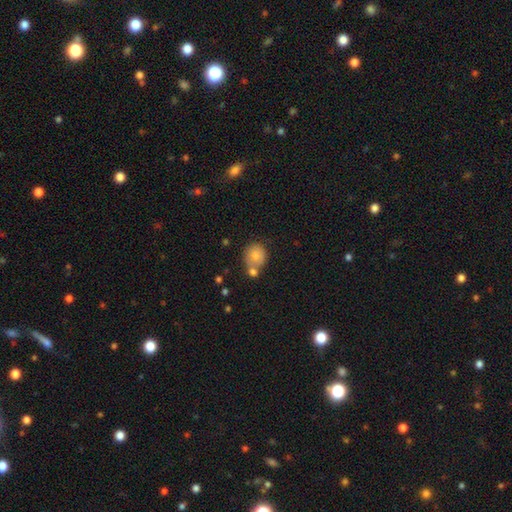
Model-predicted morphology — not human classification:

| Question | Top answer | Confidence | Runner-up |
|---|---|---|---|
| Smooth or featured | smooth | 78% | featured or disk (13%) |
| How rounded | round | 81% | in between (18%) |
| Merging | none | 50% | merger (33%) |